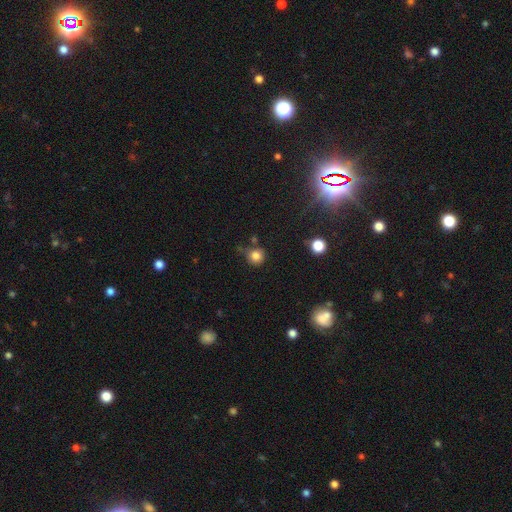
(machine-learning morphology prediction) A smooth galaxy with no disk features (81%) that is round (90%). Merging: none (62%).